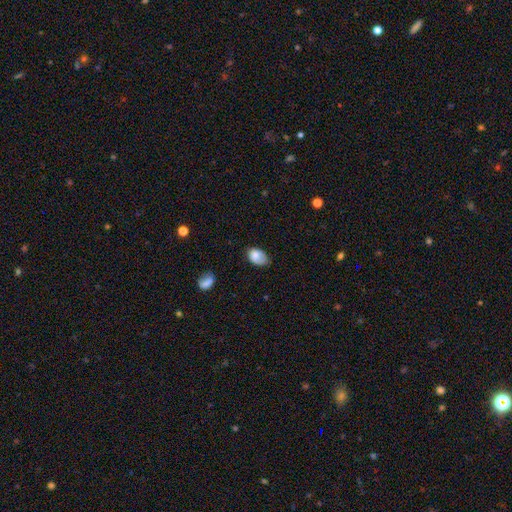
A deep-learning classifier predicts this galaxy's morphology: This appears to be a smooth galaxy with no disk features (79%) that is in between round and cigar-shaped (84%). Merging: none (53%).